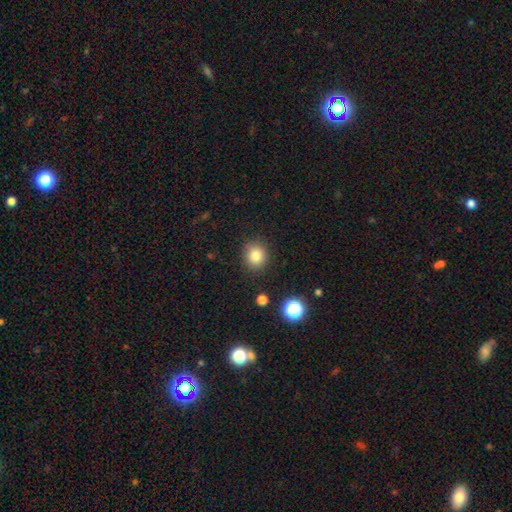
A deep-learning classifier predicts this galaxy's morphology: This appears to be a smooth galaxy with no disk features (81%) that is round (83%). Merging: none (88%).